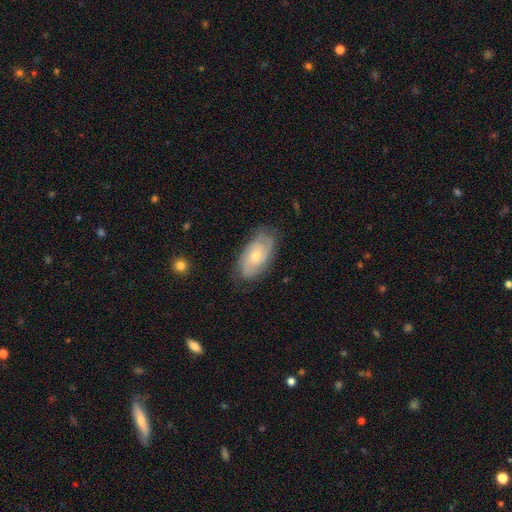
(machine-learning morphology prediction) Smooth or featured: featured or disk — 69% (smooth — 24%)
Edge-on disk: no — 94% (yes — 6%)
Bar: no — 76% (weak — 20%)
Spiral arms: yes — 89% (no — 11%)
Spiral winding: tight — 61% (medium — 30%)
Spiral arm count: can't tell — 37% (2 — 36%)
Bulge size: small — 56% (moderate — 40%)
Merging: none — 76% (minor disturbance — 18%)